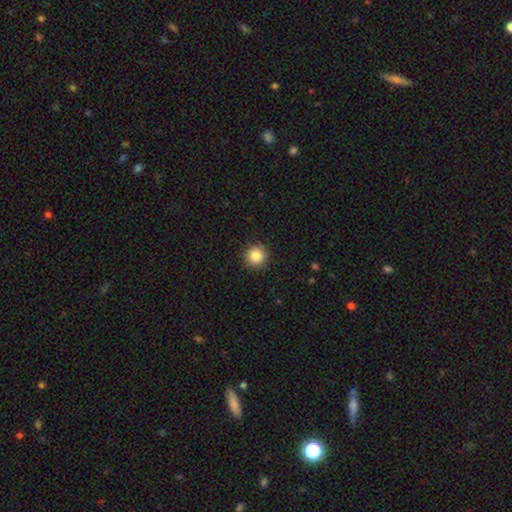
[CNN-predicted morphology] type=smooth (85%); roundness=round (95%); merging=none (92%).